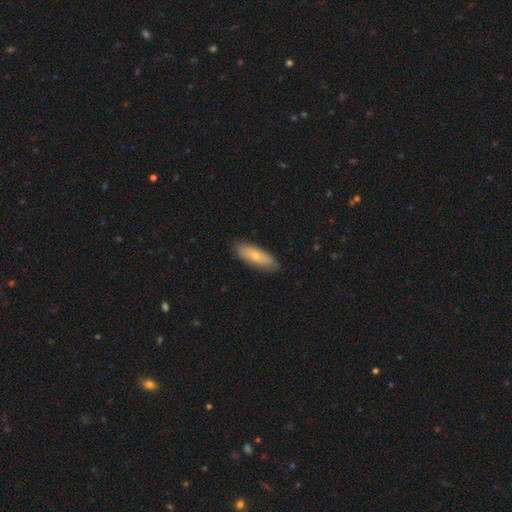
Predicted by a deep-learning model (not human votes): This appears to be a smooth galaxy with no disk features (66%) that is in between round and cigar-shaped (62%). Merging: none (83%).